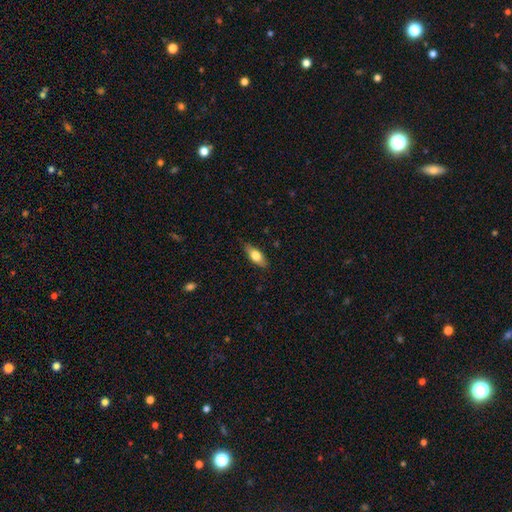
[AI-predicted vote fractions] Smooth or featured? Predicted: smooth (p=0.68). How rounded? Predicted: in between (p=0.71). Merging? Predicted: none (p=0.82).